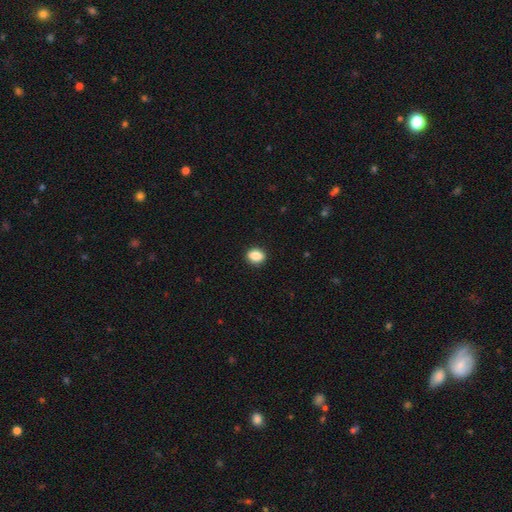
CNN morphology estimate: smooth_or_featured: smooth (p=0.86) [alt: star or artifact p=0.08]
how_rounded: in between (p=0.60) [alt: round p=0.38]
merging: none (p=0.89) [alt: minor disturbance p=0.08]